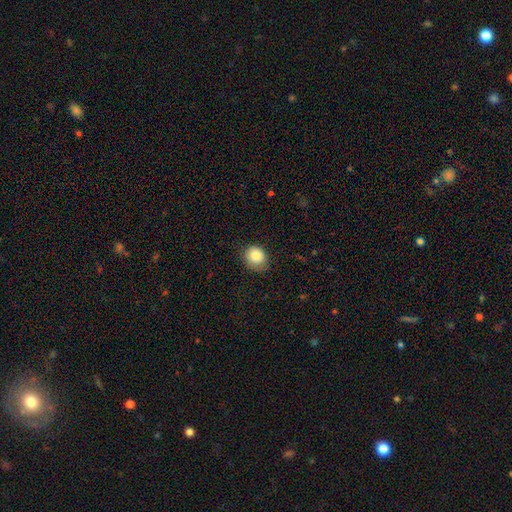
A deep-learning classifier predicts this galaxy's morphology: Smooth or featured? smooth (83%)
How rounded? round (72%)
Merging? none (75%)